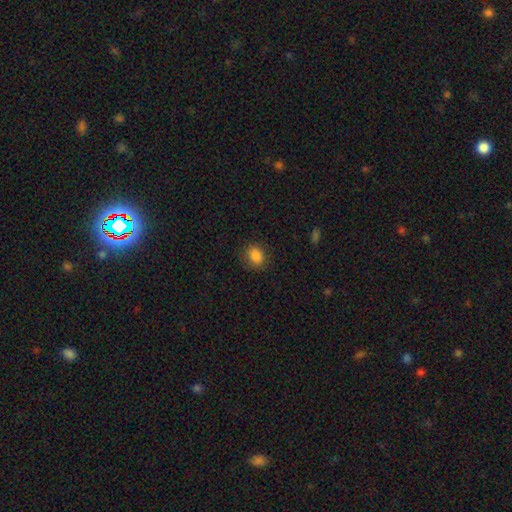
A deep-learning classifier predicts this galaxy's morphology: This is clearly a smooth galaxy (85%). How rounded: possibly round (59%). Merging: clearly none (84%).